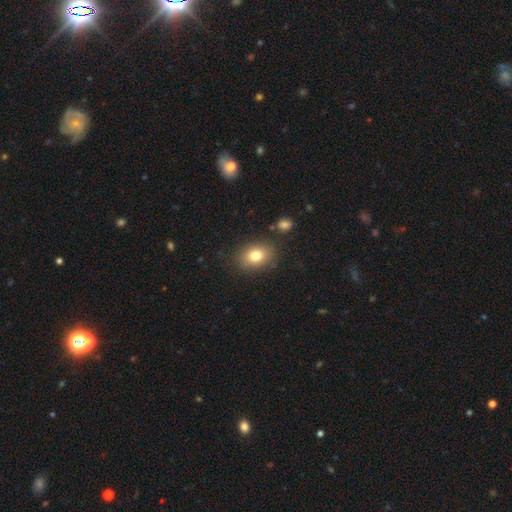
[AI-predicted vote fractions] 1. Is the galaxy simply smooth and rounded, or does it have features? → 79% smooth, 11% featured or disk, 10% star or artifact.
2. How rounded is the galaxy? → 69% in between, 30% round, 1% cigar-shaped.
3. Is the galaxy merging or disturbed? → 82% none, 11% minor disturbance, 4% major disturbance, 3% merger.